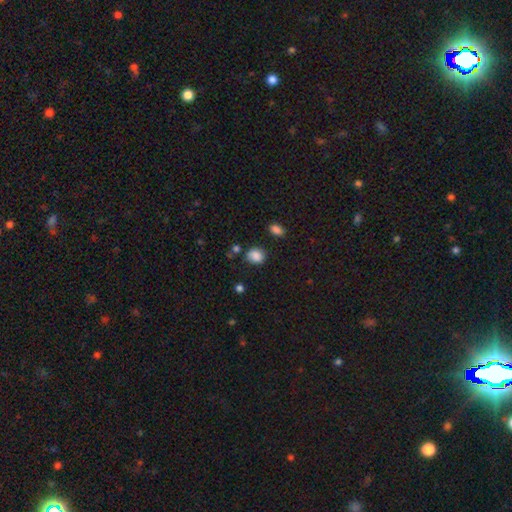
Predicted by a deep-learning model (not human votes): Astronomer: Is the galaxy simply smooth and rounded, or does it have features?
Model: smooth — 85%.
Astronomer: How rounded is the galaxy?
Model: round — 55% (runner-up: in between, 44%).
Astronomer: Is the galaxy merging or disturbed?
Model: none — 74%.